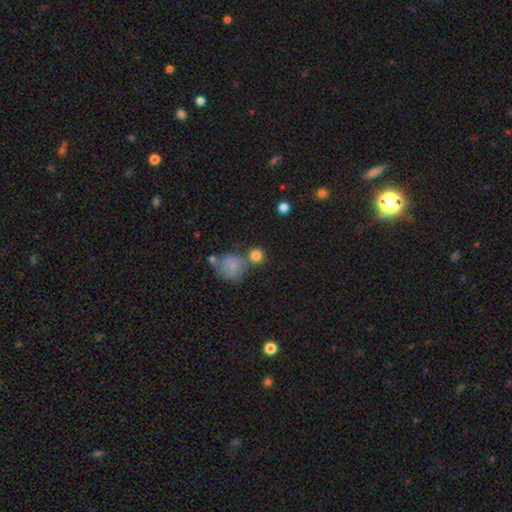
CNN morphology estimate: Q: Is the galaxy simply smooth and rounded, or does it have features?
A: smooth — 82%.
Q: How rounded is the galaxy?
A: round — 89%.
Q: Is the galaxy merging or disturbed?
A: none — 64%.